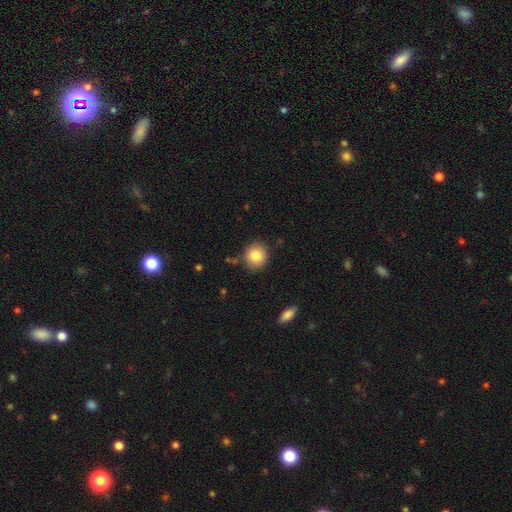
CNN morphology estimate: This is clearly a smooth galaxy (85%). How rounded: clearly round (84%). Merging: clearly none (84%).